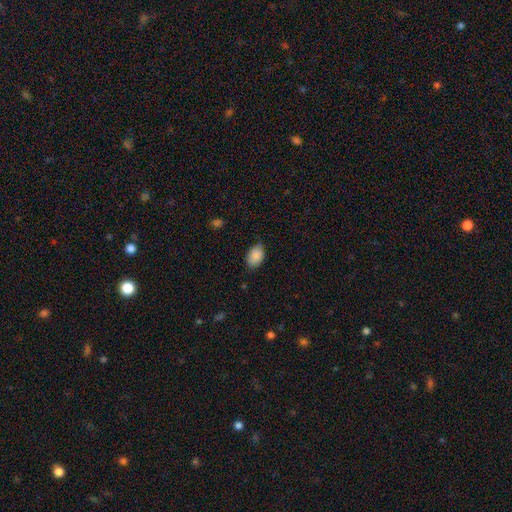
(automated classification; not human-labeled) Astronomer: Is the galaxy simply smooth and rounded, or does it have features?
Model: smooth — 88%.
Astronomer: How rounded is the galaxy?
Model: in between — 87%.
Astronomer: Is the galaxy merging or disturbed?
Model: none — 72%.